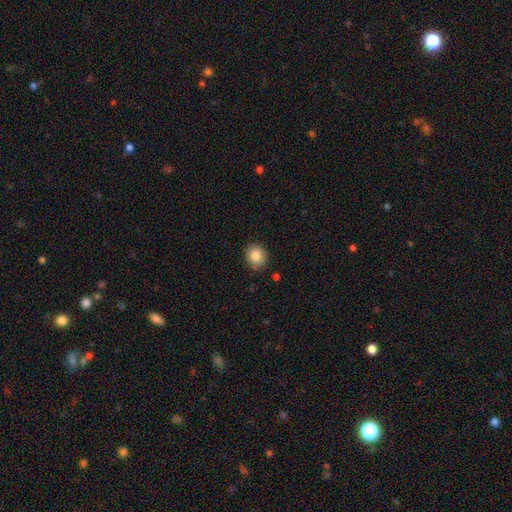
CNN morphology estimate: smooth-or-featured: smooth: 85% | star or artifact: 9% | featured or disk: 6%
  how-rounded: round: 74% | in between: 25% | cigar-shaped: 1%
  merging: none: 86% | minor disturbance: 11% | major disturbance: 2% | merger: 1%